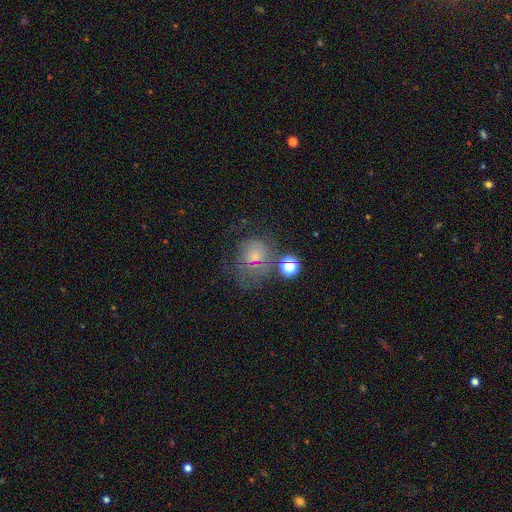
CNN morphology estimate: This is marginally a smooth galaxy (44%). Merging: possibly none (49%).